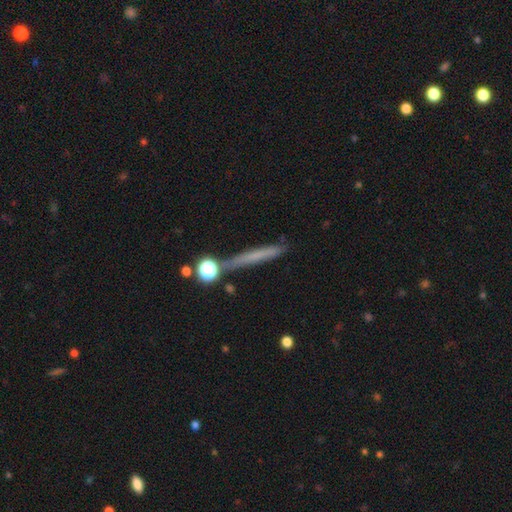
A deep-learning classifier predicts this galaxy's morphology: Smooth or featured? smooth (52%)
How rounded? cigar-shaped (88%)
Merging? none (76%)